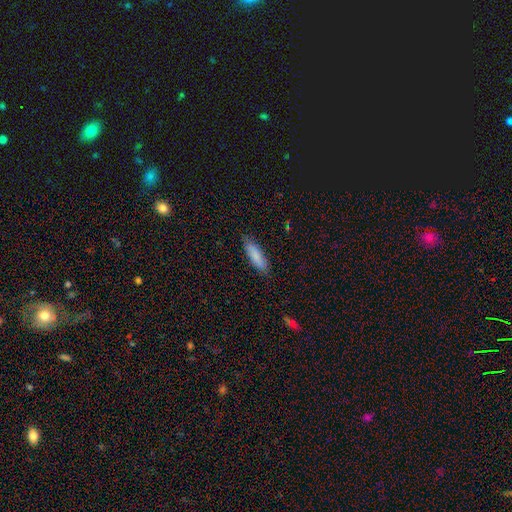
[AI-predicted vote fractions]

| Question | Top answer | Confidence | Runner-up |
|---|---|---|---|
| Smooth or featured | smooth | 83% | featured or disk (11%) |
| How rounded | cigar-shaped | 61% | in between (37%) |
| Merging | none | 82% | minor disturbance (14%) |